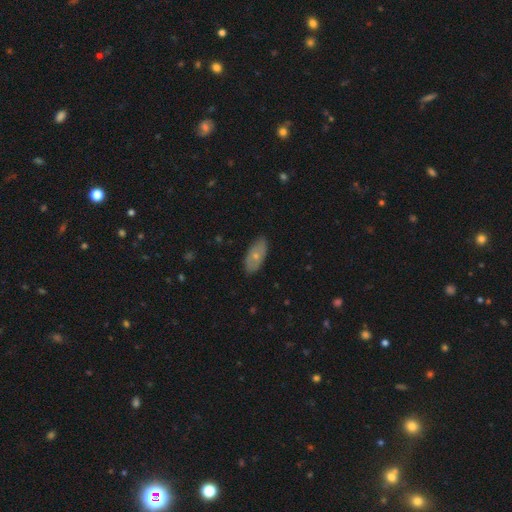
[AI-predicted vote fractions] Smooth or featured? smooth (61%)
How rounded? in between (88%)
Merging? none (83%)